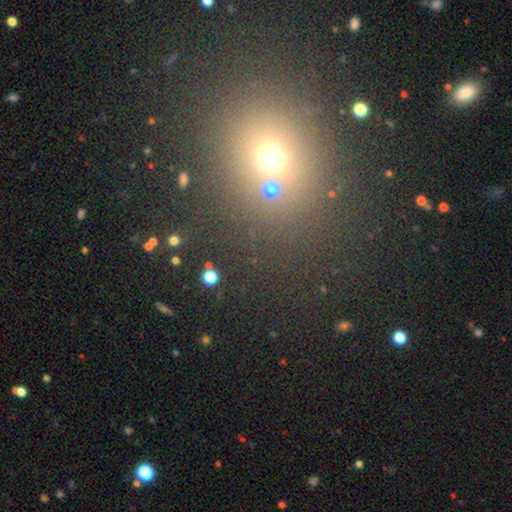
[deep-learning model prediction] The model was most divided on "smooth or featured": star or artifact: 46%, smooth: 45%, featured or disk: 9%.